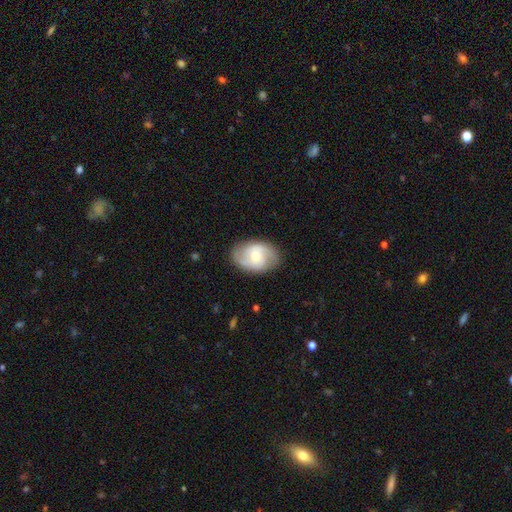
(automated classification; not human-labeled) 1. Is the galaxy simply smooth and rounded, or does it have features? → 73% featured or disk, 22% smooth, 6% star or artifact.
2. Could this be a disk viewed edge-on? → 96% no, 4% yes.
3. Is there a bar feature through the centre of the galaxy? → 47% no, 44% weak, 9% strong.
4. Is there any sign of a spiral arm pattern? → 91% yes, 9% no.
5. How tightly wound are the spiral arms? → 48% medium, 33% tight, 20% loose.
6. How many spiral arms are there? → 72% 2, 12% can't tell, 10% 3, 2% 1, 2% 4, 2% more than 4.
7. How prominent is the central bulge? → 58% moderate, 36% small, 4% large, 1% none, 1% dominant.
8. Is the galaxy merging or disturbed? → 82% none, 13% minor disturbance, 4% major disturbance, 1% merger.